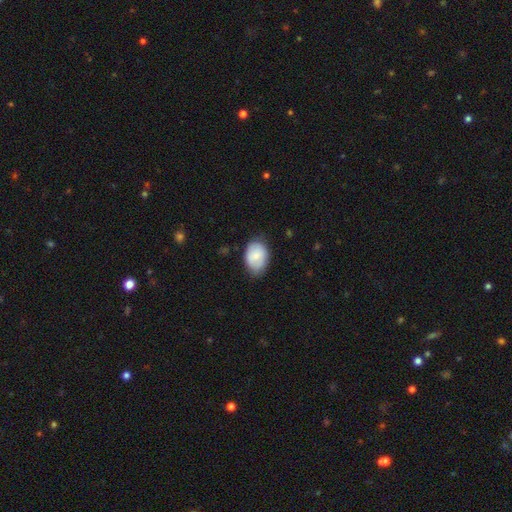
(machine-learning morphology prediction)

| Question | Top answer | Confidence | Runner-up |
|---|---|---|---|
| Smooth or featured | smooth | 79% | featured or disk (15%) |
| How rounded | in between | 81% | round (18%) |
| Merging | none | 72% | minor disturbance (22%) |